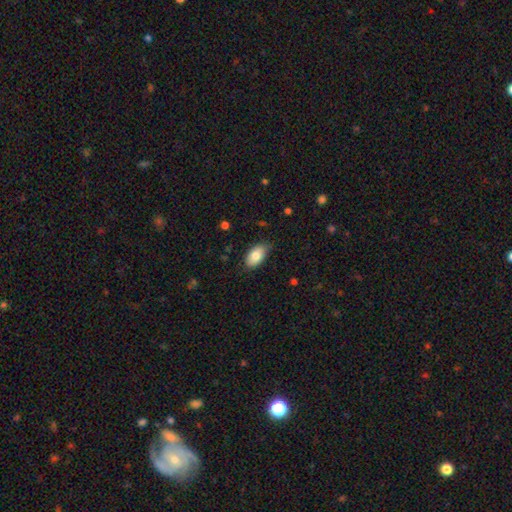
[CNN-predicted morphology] Smooth or featured: smooth — 83% (featured or disk — 10%)
How rounded: in between — 94% (round — 4%)
Merging: none — 80% (minor disturbance — 16%)